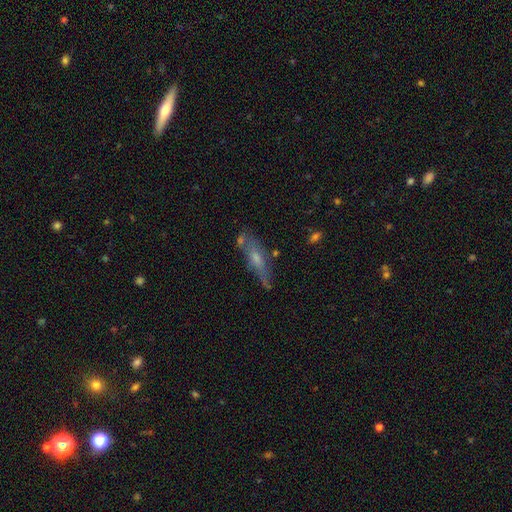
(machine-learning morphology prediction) This is possibly a featured or disk galaxy (56%). It is likely viewed edge-on (67%). Merging: likely none (64%).